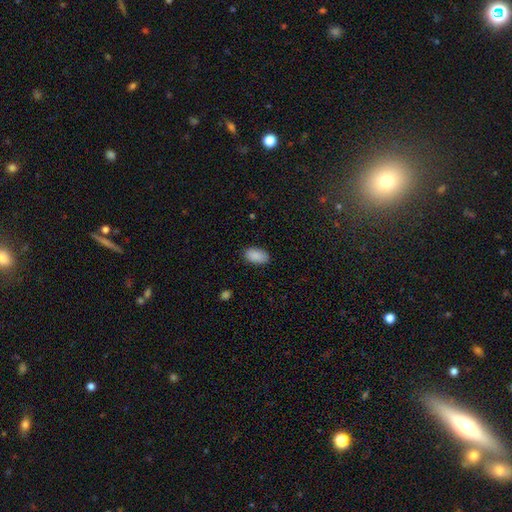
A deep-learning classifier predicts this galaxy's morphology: Smooth or featured? Predicted: smooth (p=0.90). How rounded? Predicted: in between (p=0.94). Merging? Predicted: none (p=0.86).